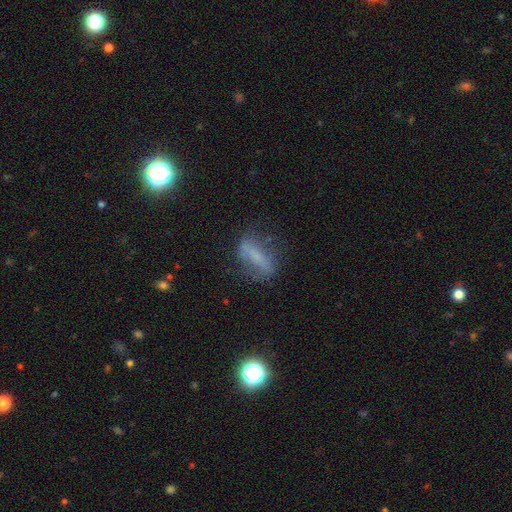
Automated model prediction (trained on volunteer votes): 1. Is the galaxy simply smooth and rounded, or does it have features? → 44% smooth, 41% featured or disk, 15% star or artifact.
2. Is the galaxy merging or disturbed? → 61% none, 22% minor disturbance, 14% major disturbance, 3% merger.